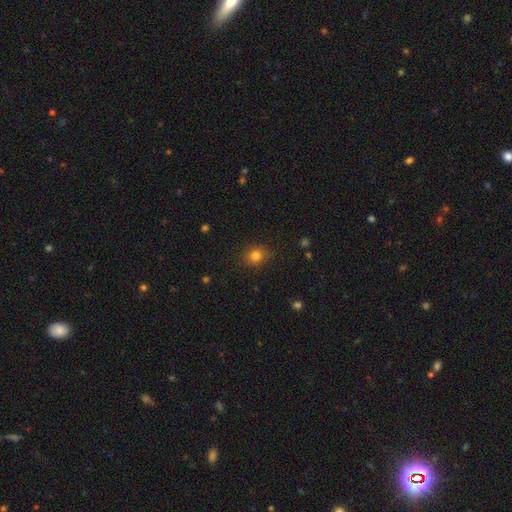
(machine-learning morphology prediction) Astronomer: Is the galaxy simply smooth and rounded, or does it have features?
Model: smooth — 80%.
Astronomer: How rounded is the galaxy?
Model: round — 69%.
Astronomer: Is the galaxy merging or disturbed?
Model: none — 86%.